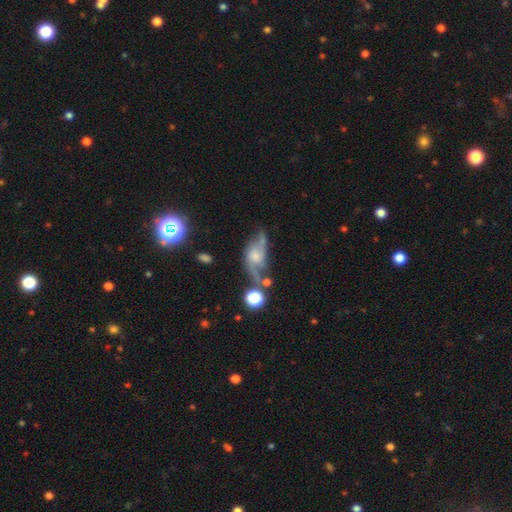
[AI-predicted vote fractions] Smooth or featured: featured or disk — 69% (smooth — 21%)
Edge-on disk: no — 92% (yes — 8%)
Bar: no — 63% (weak — 30%)
Spiral arms: yes — 83% (no — 17%)
Spiral winding: loose — 72% (medium — 22%)
Spiral arm count: 2 — 80% (1 — 8%)
Bulge size: moderate — 29% (none — 28%)
Merging: none — 32% (major disturbance — 29%)